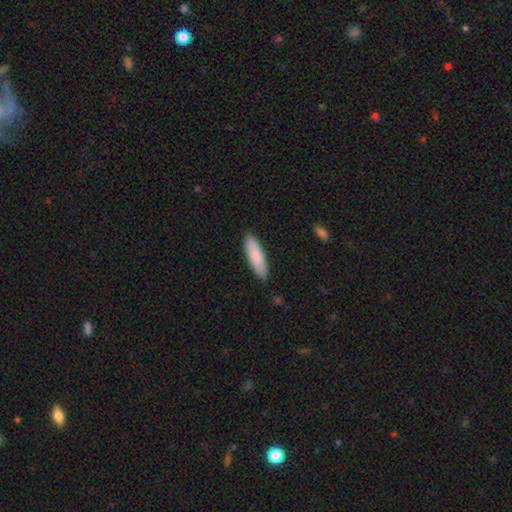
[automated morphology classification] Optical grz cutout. It shows a smooth galaxy with no disk features (83%) that is cigar-shaped (54%). Merging: none (88%).